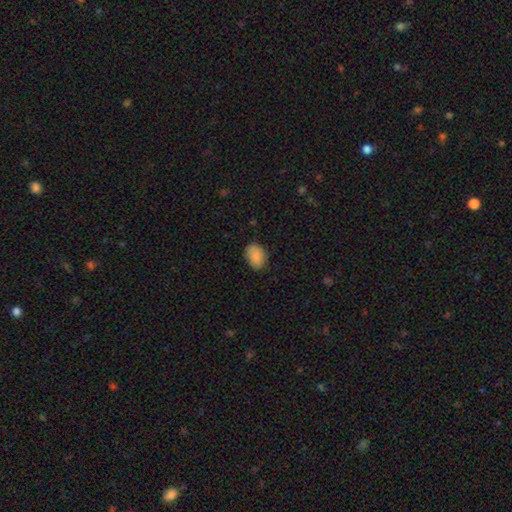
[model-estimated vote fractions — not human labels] Smooth or featured? smooth (88%)
How rounded? in between (79%)
Merging? none (80%)